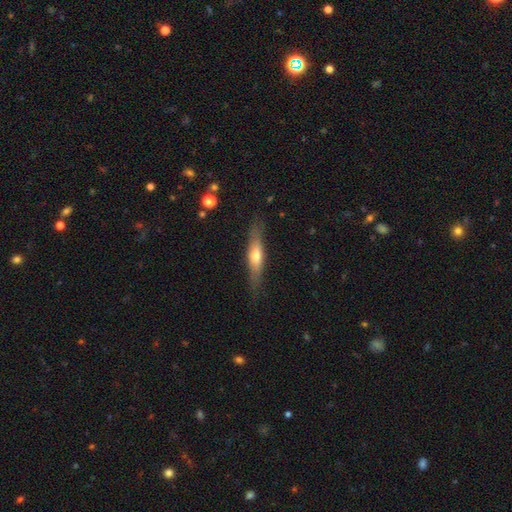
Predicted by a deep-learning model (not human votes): Morphology: type=smooth (47%, tied with featured or disk); merging=none (83%).